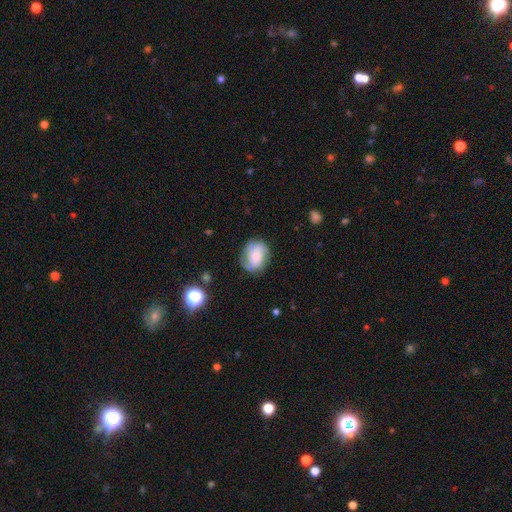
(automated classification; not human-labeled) Q: Smooth or featured?
A: smooth (49%); runner-up: featured or disk (42%)
Q: Merging?
A: none (63%); runner-up: minor disturbance (25%)